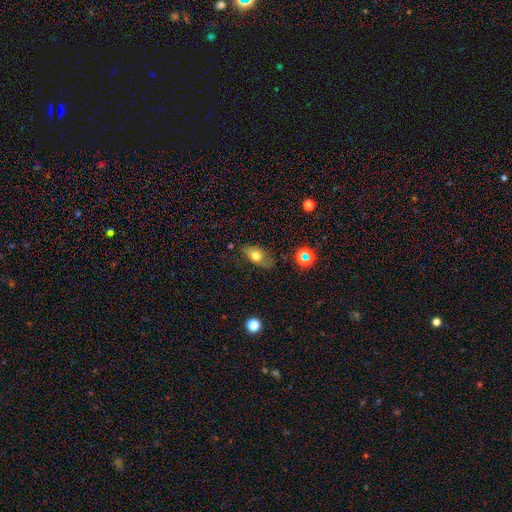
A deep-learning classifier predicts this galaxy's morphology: Q: Smooth or featured?
A: smooth (67%); runner-up: featured or disk (23%)
Q: How rounded?
A: in between (80%); runner-up: round (16%)
Q: Merging?
A: none (67%); runner-up: minor disturbance (24%)